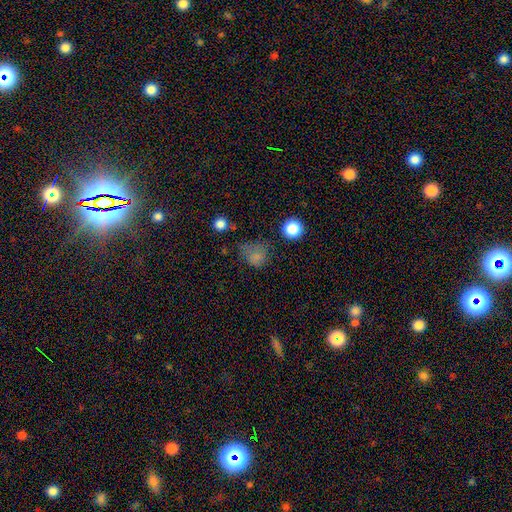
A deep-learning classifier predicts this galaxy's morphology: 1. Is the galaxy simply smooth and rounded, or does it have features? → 71% smooth, 21% star or artifact, 9% featured or disk.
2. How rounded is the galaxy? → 77% round, 22% in between, 1% cigar-shaped.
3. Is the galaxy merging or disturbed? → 51% none, 25% minor disturbance, 19% major disturbance, 4% merger.